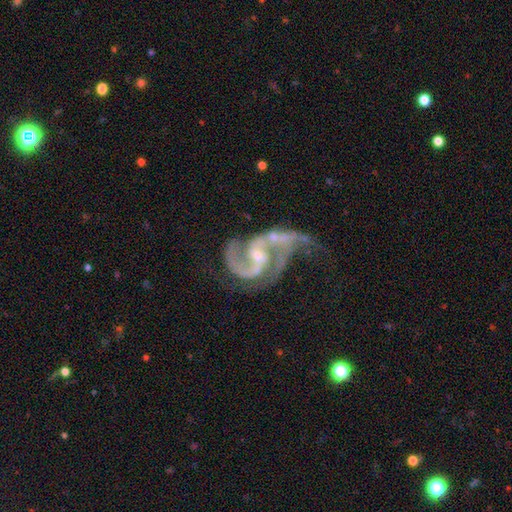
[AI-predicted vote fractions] A featured or disk galaxy (91%) with a weak bar (45%), 2 (85%) medium (48%) spiral arms (97%) and a small central bulge (62%). Merging: major disturbance (31%, tied with none).